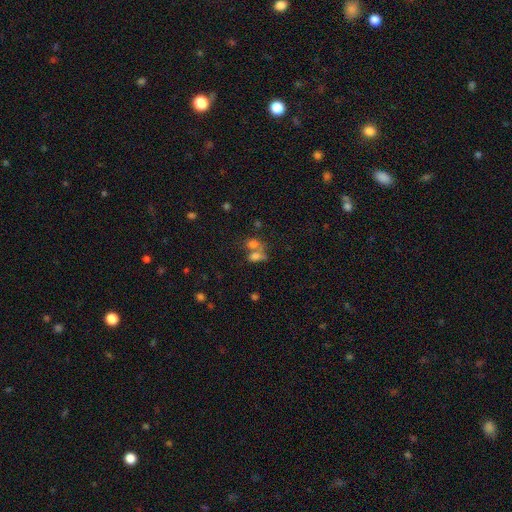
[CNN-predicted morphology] Smooth or featured? Predicted: smooth (p=0.69). How rounded? Predicted: in between (p=0.72). Merging? Predicted: merger (p=0.54).